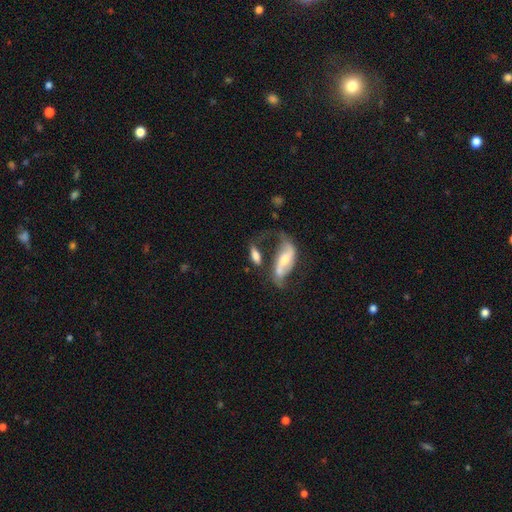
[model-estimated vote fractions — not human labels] Overall: smooth (46%, tied with featured or disk). Merging: none (37%; merger 26%).